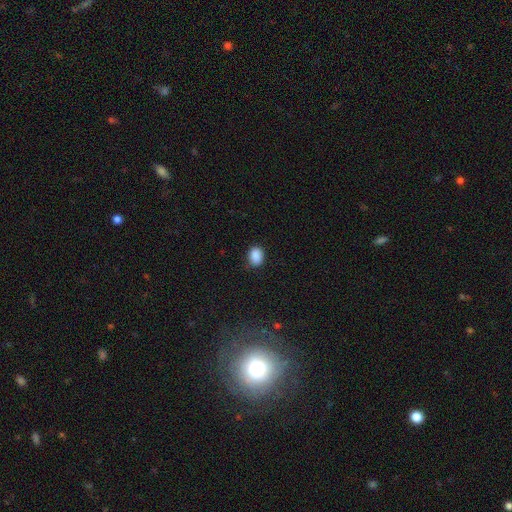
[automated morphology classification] Overall: smooth (88%). How rounded: in between (63%; round 36%). Merging: none (79%).